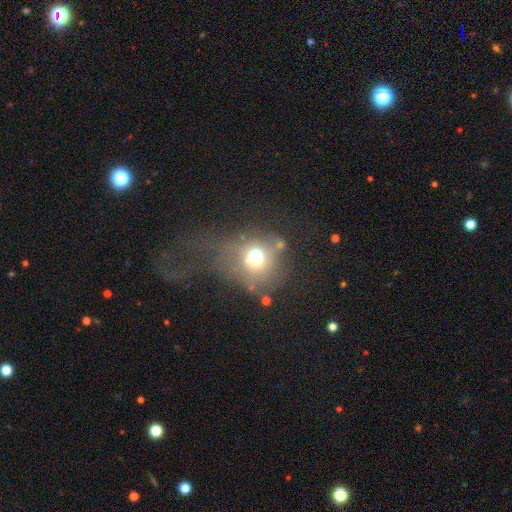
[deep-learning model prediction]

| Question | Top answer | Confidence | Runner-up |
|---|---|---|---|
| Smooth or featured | smooth | 54% | star or artifact (24%) |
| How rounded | round | 70% | in between (28%) |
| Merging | none | 38% | major disturbance (27%) |